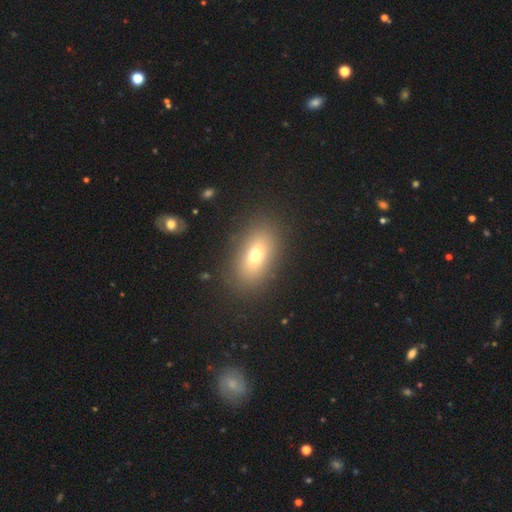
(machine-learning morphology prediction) A smooth galaxy with no disk features (69%) that is in between round and cigar-shaped (81%).

Vote fractions:
- Smooth or featured? smooth: 69% / featured or disk: 17% / star or artifact: 13%
- How rounded? in between: 81% / round: 15% / cigar-shaped: 4%
- Merging? none: 85% / minor disturbance: 9% / major disturbance: 5% / merger: 1%